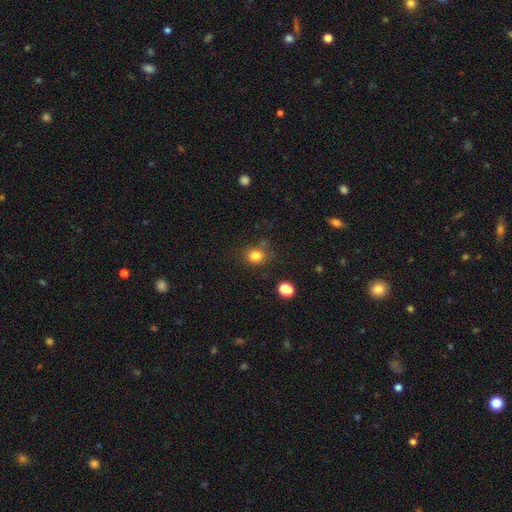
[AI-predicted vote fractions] This appears to be a smooth galaxy with no disk features (82%) that is round (74%). Merging: none (77%).